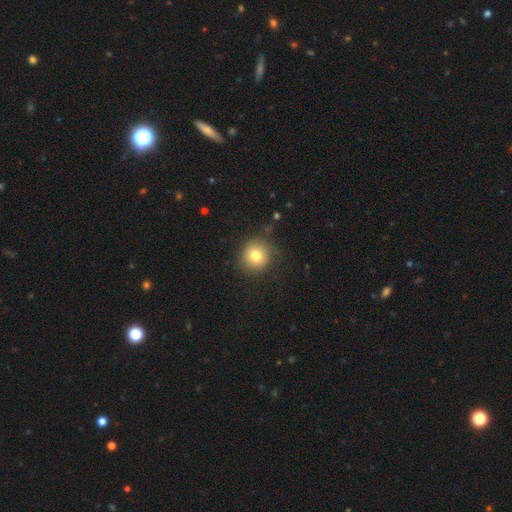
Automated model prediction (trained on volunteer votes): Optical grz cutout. It shows a smooth galaxy with no disk features (80%) that is round (92%). Merging: none (84%).